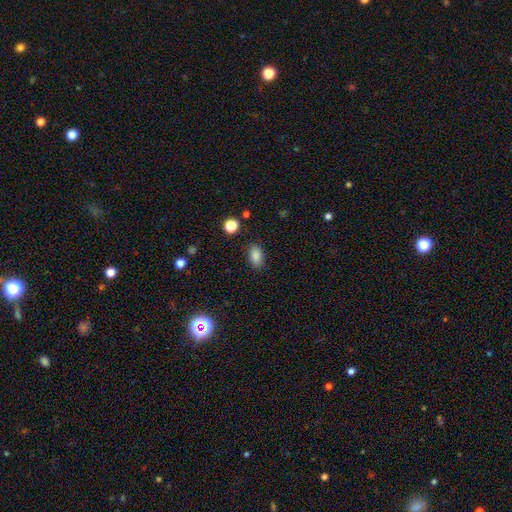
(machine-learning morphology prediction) A smooth galaxy with no disk features (85%) that is in between round and cigar-shaped (88%). Merging: none (86%).